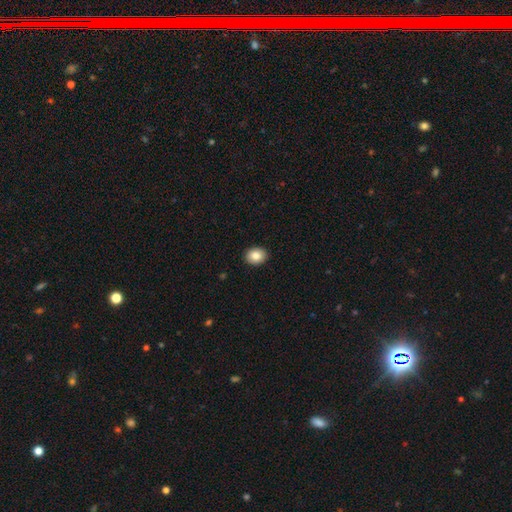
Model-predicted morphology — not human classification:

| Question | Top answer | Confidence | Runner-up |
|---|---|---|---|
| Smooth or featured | smooth | 85% | star or artifact (8%) |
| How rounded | round | 52% | in between (47%) |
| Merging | none | 92% | minor disturbance (6%) |